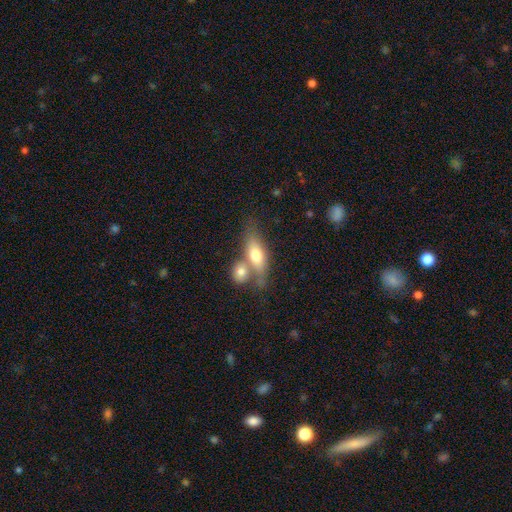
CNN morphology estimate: Smooth or featured? Predicted: smooth (p=0.66). How rounded? Predicted: in between (p=0.66). Merging? Predicted: merger (p=0.47).